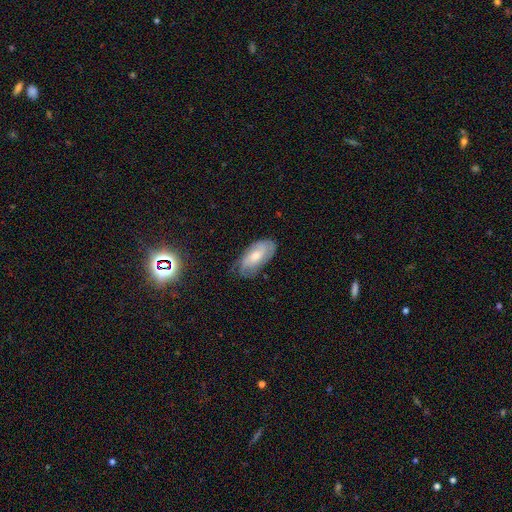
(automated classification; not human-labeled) Smooth or featured? featured or disk (50%)
Edge-on disk? no (91%)
Merging? none (63%)